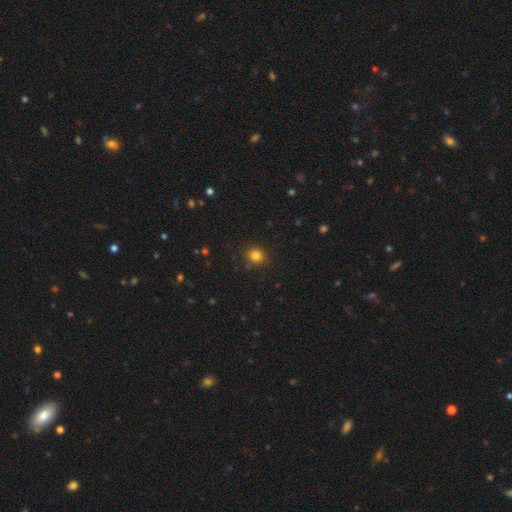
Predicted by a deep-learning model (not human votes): Q: Smooth or featured?
A: smooth (83%); runner-up: star or artifact (13%)
Q: How rounded?
A: round (84%); runner-up: in between (15%)
Q: Merging?
A: none (88%); runner-up: minor disturbance (8%)